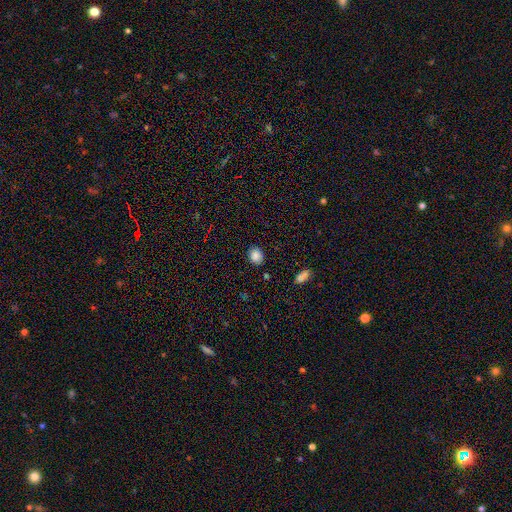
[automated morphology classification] Q: Smooth or featured?
A: smooth (87%); runner-up: star or artifact (9%)
Q: How rounded?
A: round (65%); runner-up: in between (34%)
Q: Merging?
A: none (88%); runner-up: minor disturbance (9%)